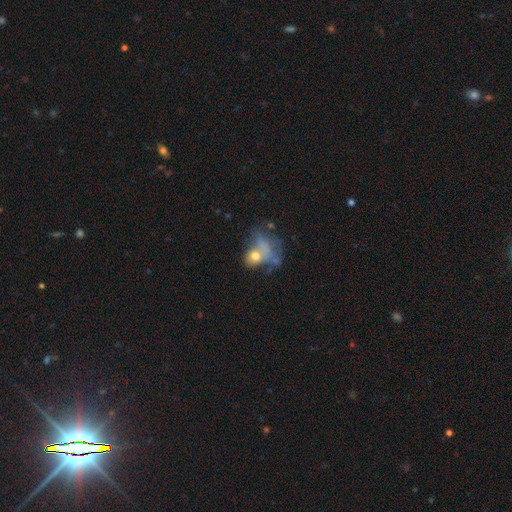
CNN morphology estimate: Overall: smooth (52%; featured or disk 33%). How rounded: in between (62%; round 36%). Merging: major disturbance (40%; merger 21%).